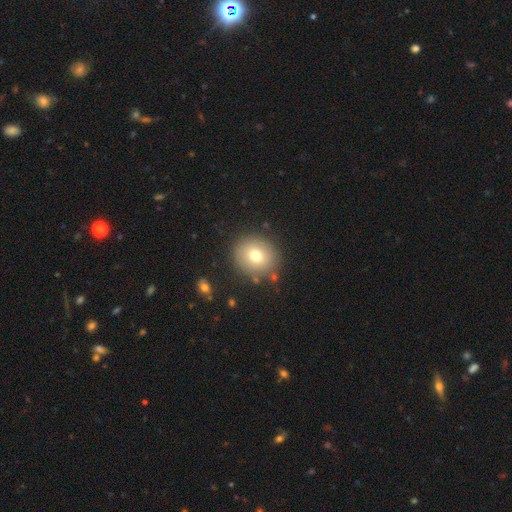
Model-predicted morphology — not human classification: type=smooth (73%); roundness=round (84%); merging=none (85%).